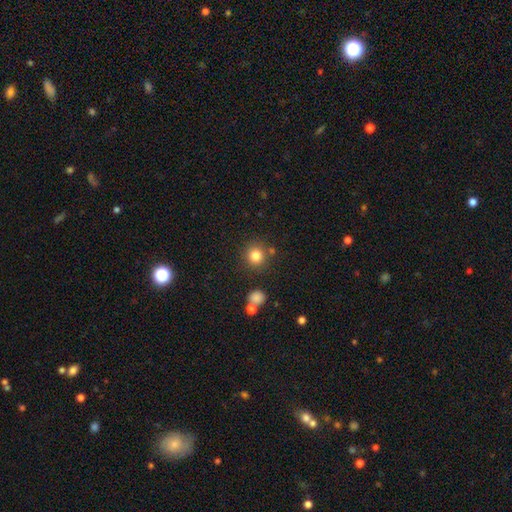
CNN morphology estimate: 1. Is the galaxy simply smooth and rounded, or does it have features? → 82% smooth, 12% star or artifact, 6% featured or disk.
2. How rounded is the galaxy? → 93% round, 7% in between, 1% cigar-shaped.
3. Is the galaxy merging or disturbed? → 82% none, 8% minor disturbance, 6% merger, 3% major disturbance.